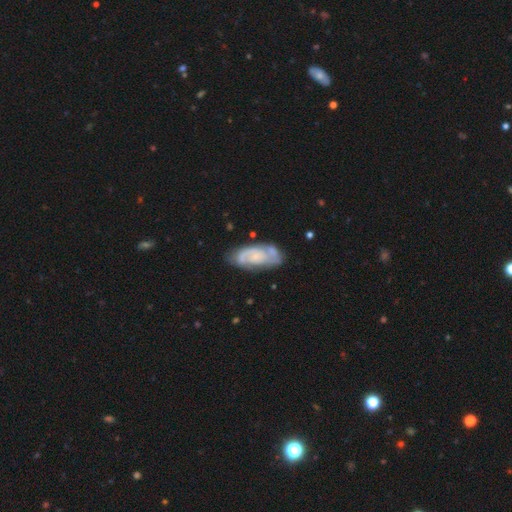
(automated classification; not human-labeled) Smooth or featured? featured or disk (72%)
Edge-on disk? no (94%)
Bar? no (67%)
Spiral arms? yes (87%)
Spiral winding? tight (47%)
Spiral arm count? 2 (58%)
Bulge size? small (46%)
Merging? none (68%)